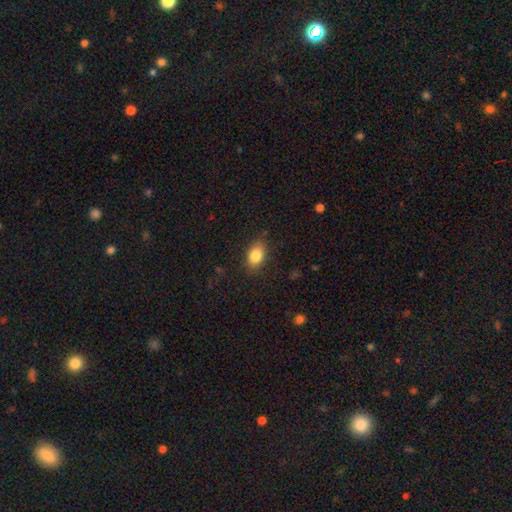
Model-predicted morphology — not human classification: A smooth galaxy with no disk features (83%) that is in between round and cigar-shaped (86%).

Vote fractions:
- Smooth or featured? smooth: 83% / featured or disk: 8% / star or artifact: 8%
- How rounded? in between: 86% / round: 12% / cigar-shaped: 2%
- Merging? none: 84% / minor disturbance: 12% / major disturbance: 3% / merger: 1%